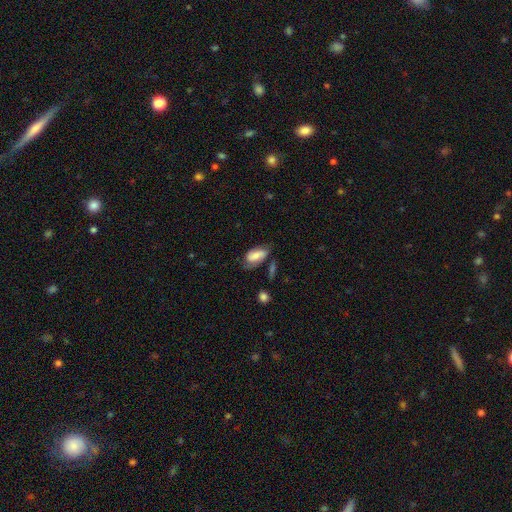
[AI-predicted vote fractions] Q: Smooth or featured?
A: smooth (49%); runner-up: featured or disk (43%)
Q: Merging?
A: none (52%); runner-up: minor disturbance (29%)